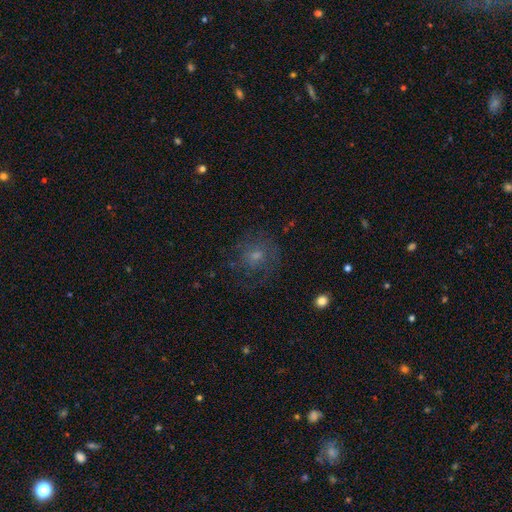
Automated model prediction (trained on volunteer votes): Q: Smooth or featured?
A: smooth (49%); runner-up: featured or disk (35%)
Q: Merging?
A: none (61%); runner-up: major disturbance (19%)